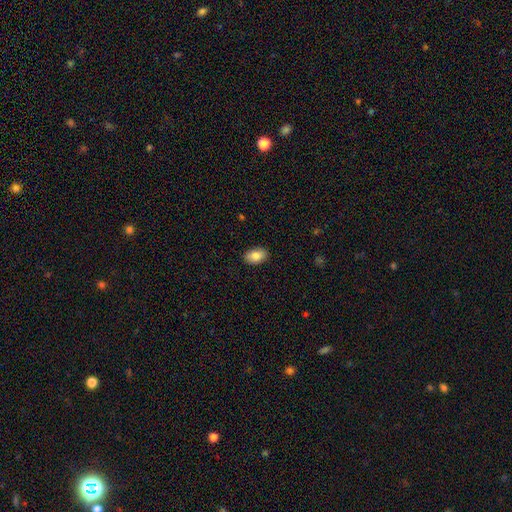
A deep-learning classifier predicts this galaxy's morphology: A smooth galaxy with no disk features (84%) that is in between round and cigar-shaped (91%). Merging: none (90%).